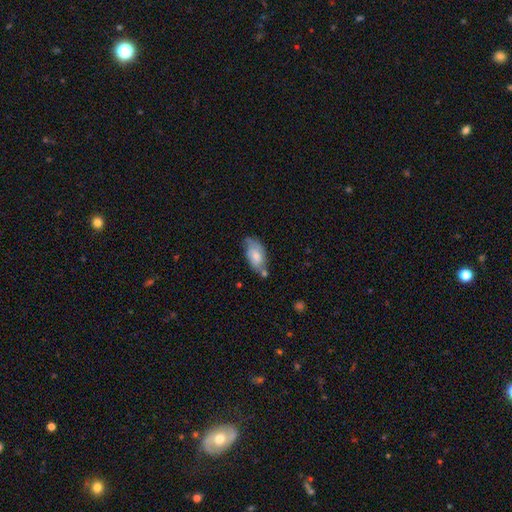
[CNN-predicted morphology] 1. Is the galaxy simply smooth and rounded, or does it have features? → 64% smooth, 29% featured or disk, 7% star or artifact.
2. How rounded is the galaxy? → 92% in between, 4% cigar-shaped, 4% round.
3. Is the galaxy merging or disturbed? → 50% none, 30% minor disturbance, 12% merger, 8% major disturbance.